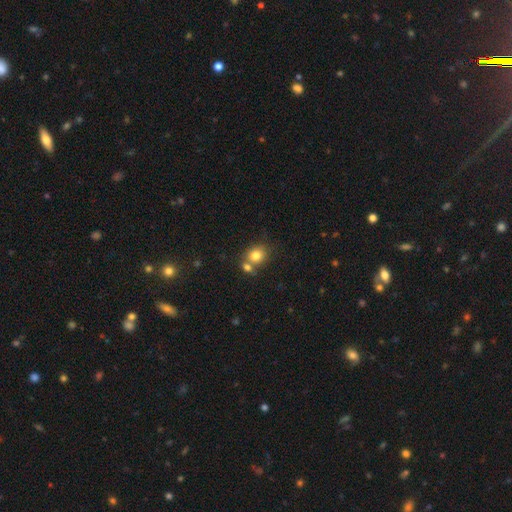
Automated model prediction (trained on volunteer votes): This is clearly a smooth galaxy (80%). How rounded: likely round (68%). Merging: possibly none (51%).